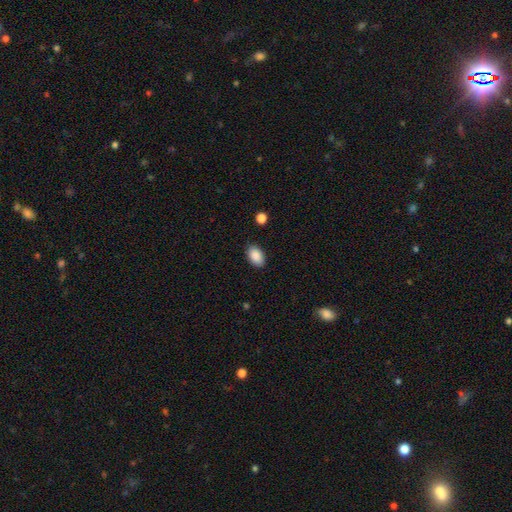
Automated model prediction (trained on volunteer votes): Morphology: type=smooth (89%); roundness=in between (90%); merging=none (87%).